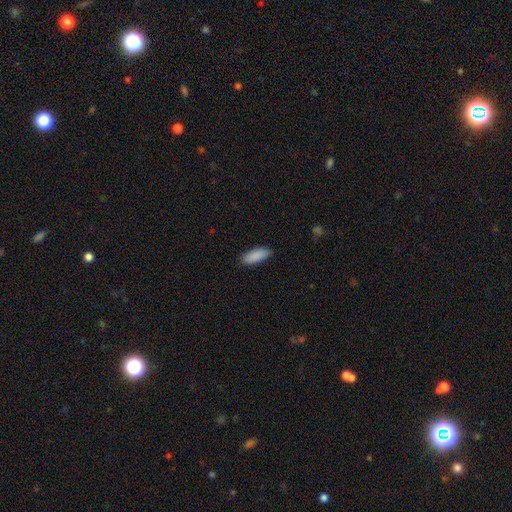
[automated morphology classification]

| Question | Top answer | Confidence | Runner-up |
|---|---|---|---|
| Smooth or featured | smooth | 89% | star or artifact (6%) |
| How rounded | in between | 74% | cigar-shaped (24%) |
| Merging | none | 84% | minor disturbance (13%) |